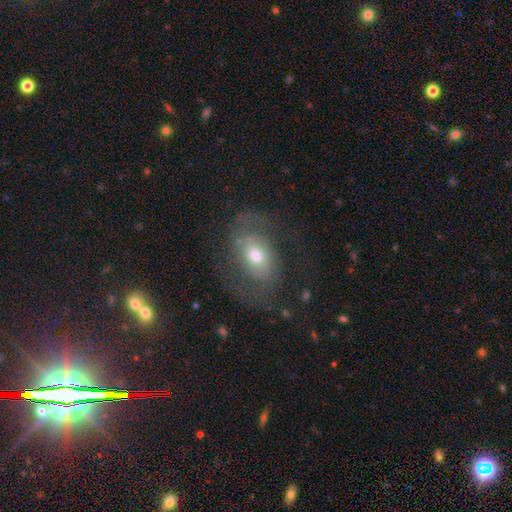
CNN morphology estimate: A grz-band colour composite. It shows a featured or disk galaxy (55%) with no bar (67%), spiral arms (70%) and a moderate central bulge (60%). Merging: none (61%).